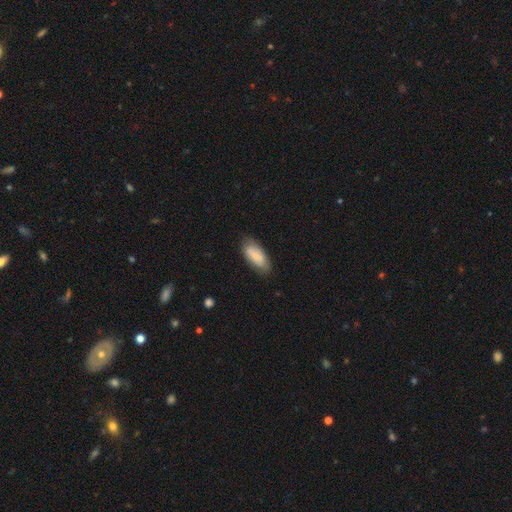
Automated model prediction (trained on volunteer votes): A smooth galaxy with no disk features (68%) that is in between round and cigar-shaped (86%).

Vote fractions:
- Smooth or featured? smooth: 68% / featured or disk: 26% / star or artifact: 6%
- How rounded? in between: 86% / cigar-shaped: 12% / round: 2%
- Merging? none: 77% / minor disturbance: 18% / major disturbance: 4% / merger: 1%